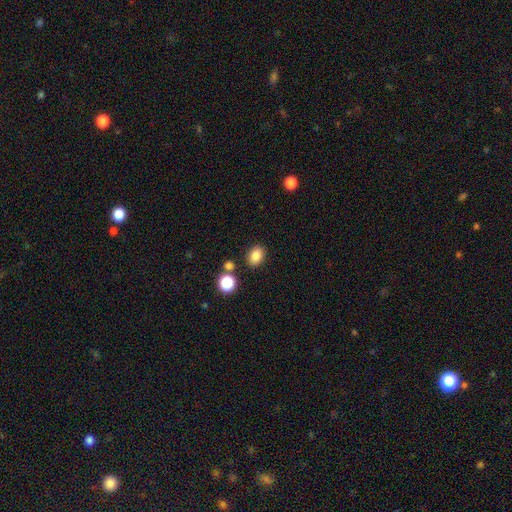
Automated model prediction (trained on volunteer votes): Smooth or featured? smooth (84%)
How rounded? in between (70%)
Merging? none (84%)